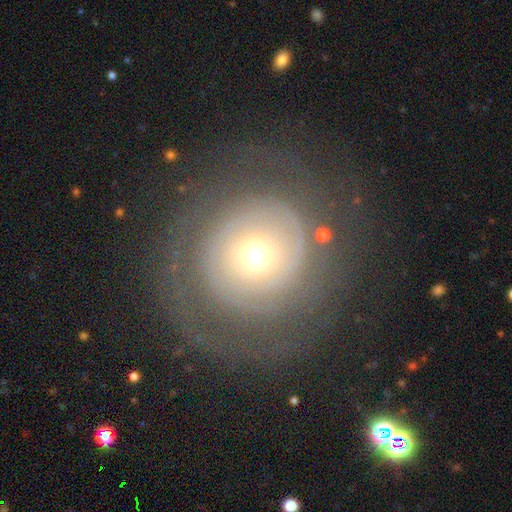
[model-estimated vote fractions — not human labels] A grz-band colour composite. It shows a featured or disk galaxy (67%) with no bar (86%), spiral arms (74%) and a moderate central bulge (51%). Merging: none (71%).